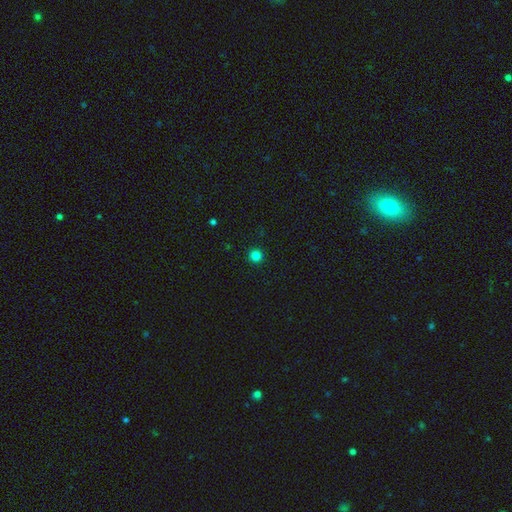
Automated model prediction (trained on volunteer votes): This is clearly a smooth galaxy (83%). How rounded: clearly round (96%). Merging: clearly none (94%).